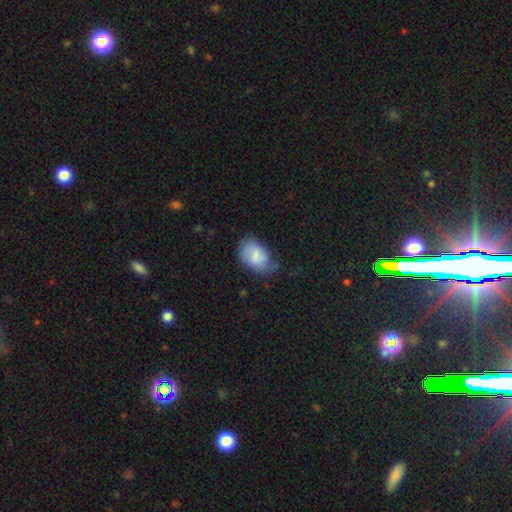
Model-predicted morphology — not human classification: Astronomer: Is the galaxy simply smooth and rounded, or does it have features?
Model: smooth — 71%.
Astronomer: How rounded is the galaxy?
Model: in between — 87%.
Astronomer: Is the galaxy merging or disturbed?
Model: none — 45% (runner-up: minor disturbance, 38%).